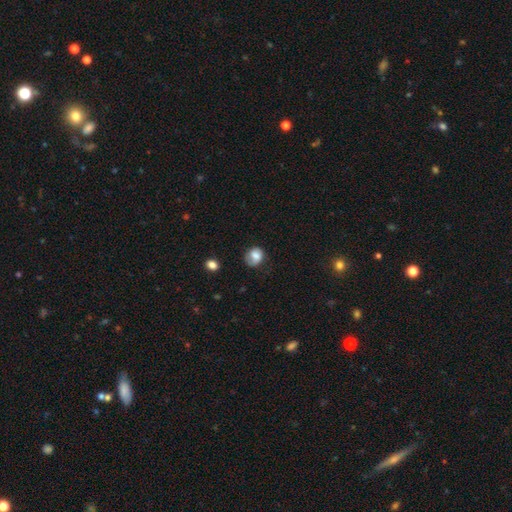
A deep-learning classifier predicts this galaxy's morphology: Smooth or featured?
  - smooth: 70% *
  - featured or disk: 22%
  - star or artifact: 9%
How rounded?
  - round: 64% *
  - in between: 35%
  - cigar-shaped: 1%
Merging?
  - none: 53% *
  - minor disturbance: 30%
  - major disturbance: 15%
  - merger: 2%